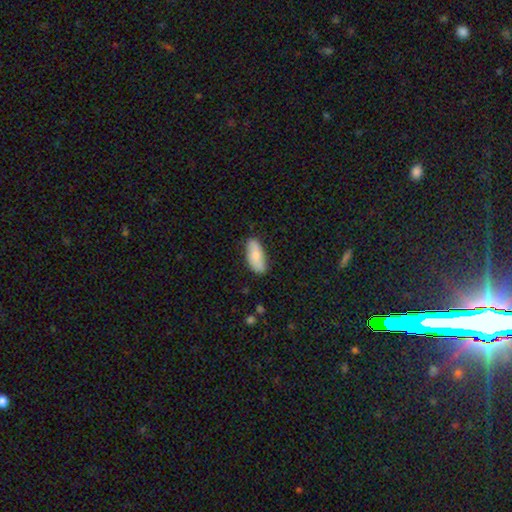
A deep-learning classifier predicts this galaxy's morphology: Smooth or featured?
  - smooth: 77% *
  - featured or disk: 17%
  - star or artifact: 6%
How rounded?
  - in between: 86% *
  - cigar-shaped: 11%
  - round: 2%
Merging?
  - none: 79% *
  - minor disturbance: 17%
  - major disturbance: 3%
  - merger: 1%